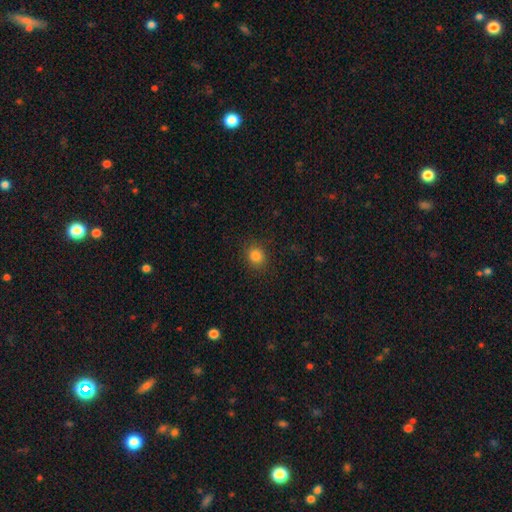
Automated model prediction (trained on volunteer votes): Smooth or featured? smooth (84%)
How rounded? round (79%)
Merging? none (87%)